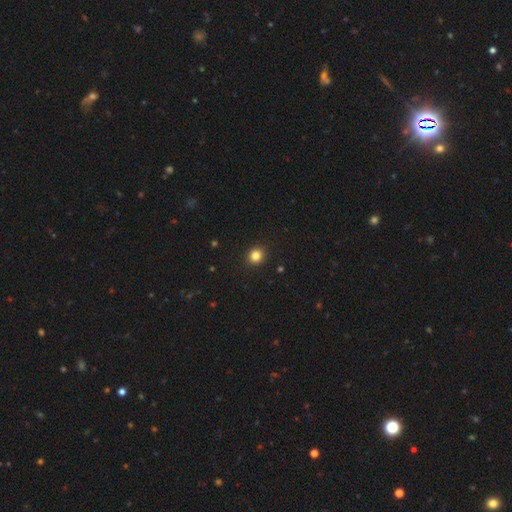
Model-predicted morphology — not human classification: Smooth or featured: smooth — 84% (star or artifact — 12%)
How rounded: round — 84% (in between — 15%)
Merging: none — 92% (minor disturbance — 5%)